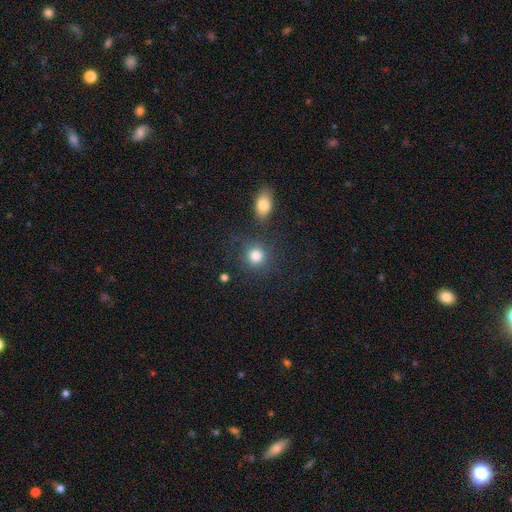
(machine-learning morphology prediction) This is clearly a smooth galaxy (83%). How rounded: clearly round (85%). Merging: likely none (73%).